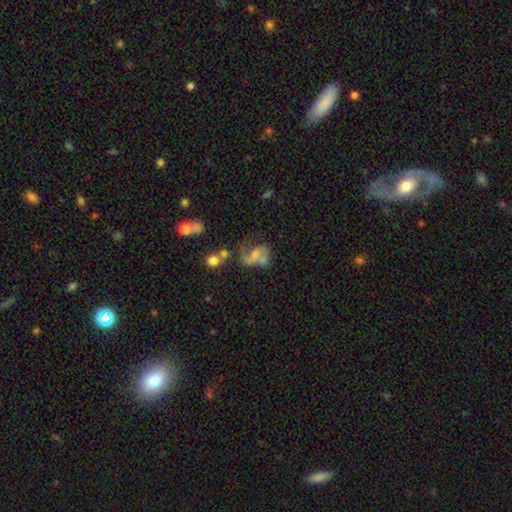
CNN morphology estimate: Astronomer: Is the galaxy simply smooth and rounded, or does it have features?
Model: featured or disk — 56%.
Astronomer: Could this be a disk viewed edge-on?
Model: no — 98%.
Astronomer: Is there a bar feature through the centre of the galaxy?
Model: no — 69%.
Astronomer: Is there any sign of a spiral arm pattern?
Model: yes — 66%.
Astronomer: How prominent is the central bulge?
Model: small — 45% (runner-up: moderate, 30%).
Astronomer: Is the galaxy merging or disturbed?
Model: major disturbance — 33% (runner-up: none, 27%).